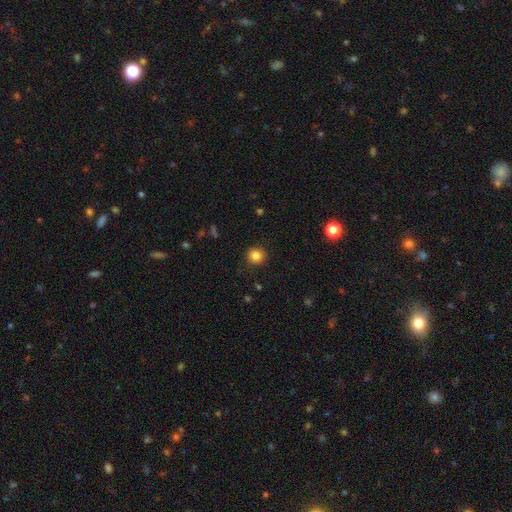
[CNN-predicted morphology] smooth-or-featured: smooth: 84% | star or artifact: 11% | featured or disk: 5%
  how-rounded: round: 93% | in between: 6% | cigar-shaped: 1%
  merging: none: 91% | minor disturbance: 6% | major disturbance: 2% | merger: 1%